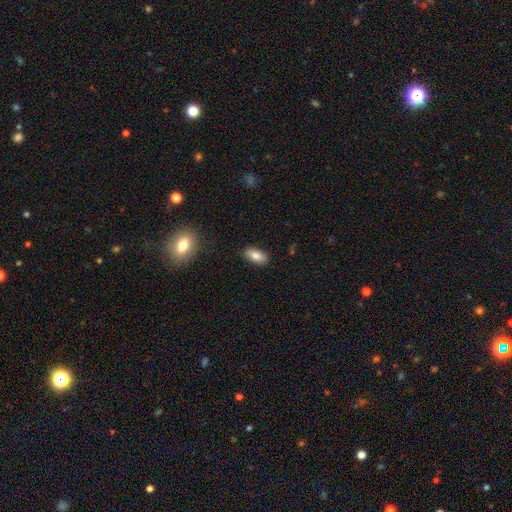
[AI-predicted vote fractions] A smooth galaxy with no disk features (83%) that is in between round and cigar-shaped (91%). Merging: none (87%).